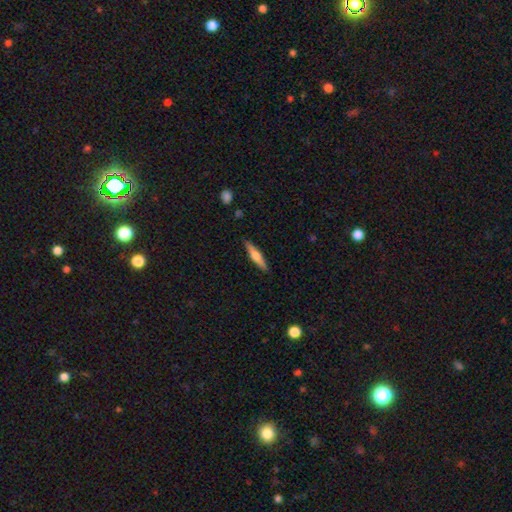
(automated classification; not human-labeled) The model was most divided on "smooth or featured": smooth: 50%, featured or disk: 44%, star or artifact: 6%. More confident: merging — none (88%).